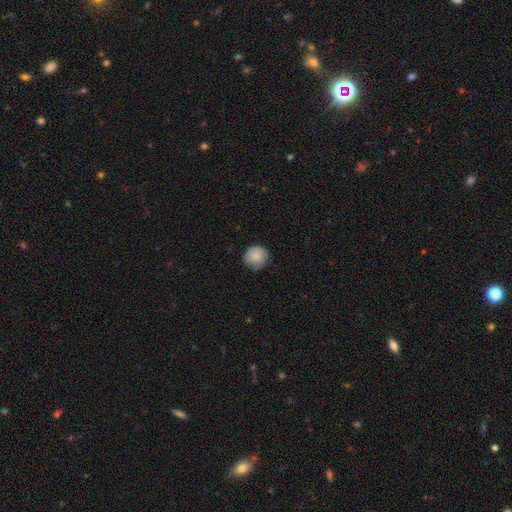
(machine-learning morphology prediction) Q: Smooth or featured?
A: smooth (83%); runner-up: featured or disk (11%)
Q: How rounded?
A: round (92%); runner-up: in between (7%)
Q: Merging?
A: none (77%); runner-up: minor disturbance (19%)